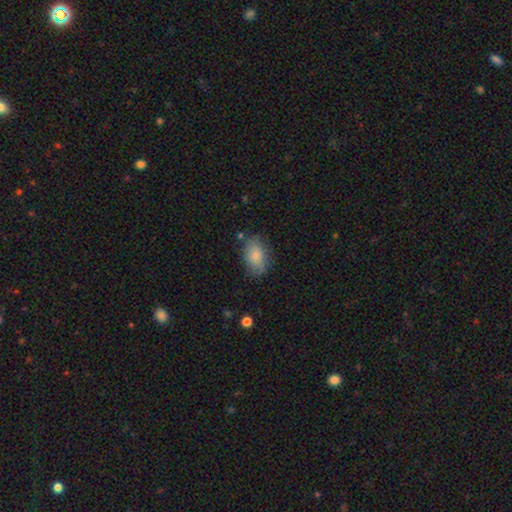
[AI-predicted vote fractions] Q: Smooth or featured?
A: smooth (78%); runner-up: featured or disk (15%)
Q: How rounded?
A: in between (88%); runner-up: round (10%)
Q: Merging?
A: none (71%); runner-up: minor disturbance (21%)